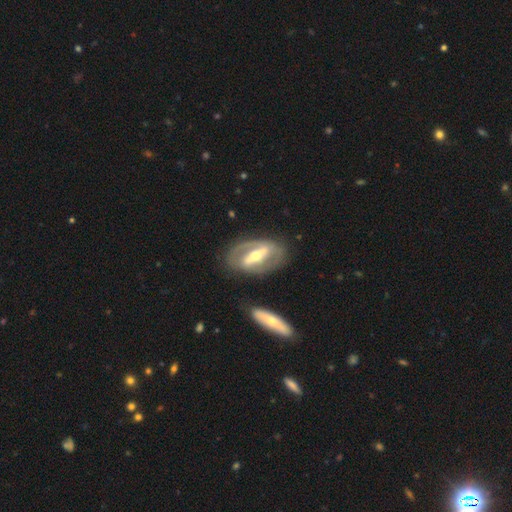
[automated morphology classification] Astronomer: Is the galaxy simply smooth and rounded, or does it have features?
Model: featured or disk — 82%.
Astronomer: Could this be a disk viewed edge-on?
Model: no — 90%.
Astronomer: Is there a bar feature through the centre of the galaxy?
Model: strong — 69%.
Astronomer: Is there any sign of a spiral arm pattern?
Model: yes — 74%.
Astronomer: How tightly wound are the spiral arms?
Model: medium — 41%, tied with tight at 41%.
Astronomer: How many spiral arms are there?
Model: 2 — 81%.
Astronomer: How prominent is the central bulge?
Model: moderate — 64%.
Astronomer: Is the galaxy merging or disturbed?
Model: none — 78%.